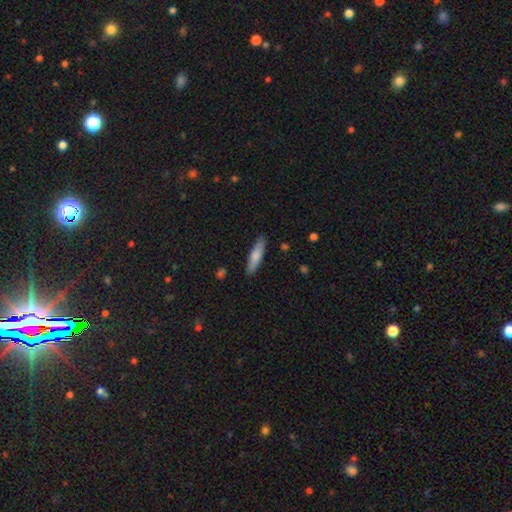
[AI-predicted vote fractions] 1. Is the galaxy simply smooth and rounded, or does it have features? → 73% smooth, 22% featured or disk, 6% star or artifact.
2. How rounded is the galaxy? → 71% cigar-shaped, 27% in between, 2% round.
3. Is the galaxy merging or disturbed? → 87% none, 10% minor disturbance, 2% major disturbance, 1% merger.